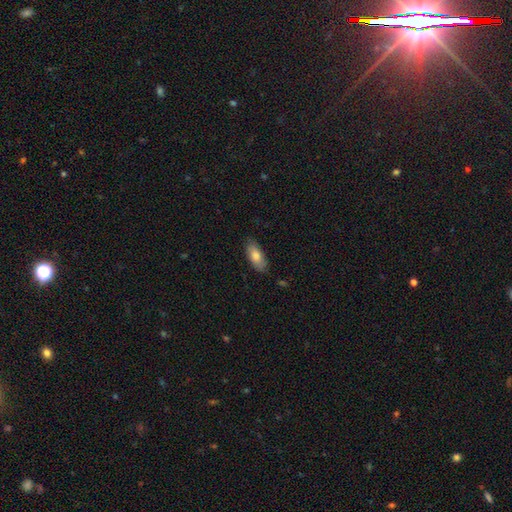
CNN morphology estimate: A smooth galaxy with no disk features (79%) that is in between round and cigar-shaped (86%). Merging: none (81%).